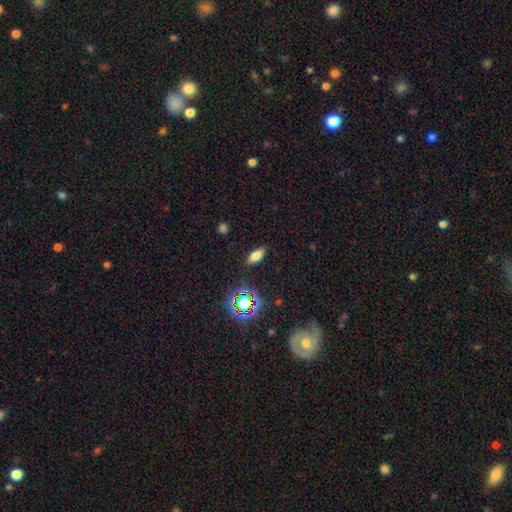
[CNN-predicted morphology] Smooth or featured: smooth — 67% (star or artifact — 17%)
How rounded: in between — 73% (cigar-shaped — 22%)
Merging: none — 85% (minor disturbance — 11%)